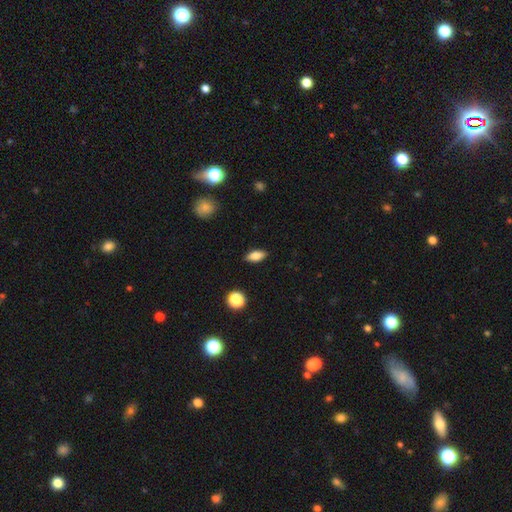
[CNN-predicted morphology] type=smooth (79%); roundness=in between (82%); merging=none (88%).